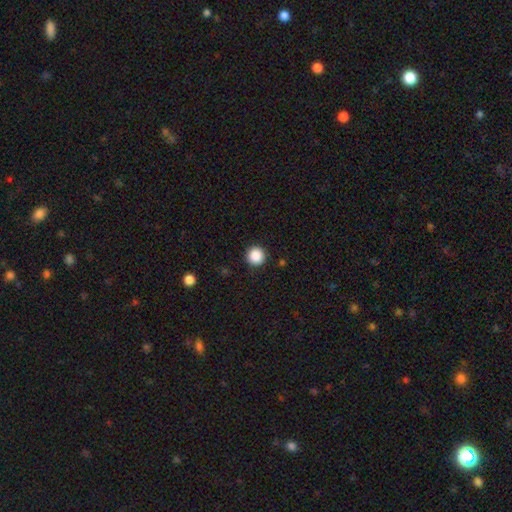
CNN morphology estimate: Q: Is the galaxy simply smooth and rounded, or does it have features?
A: smooth — 88%.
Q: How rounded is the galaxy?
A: round — 96%.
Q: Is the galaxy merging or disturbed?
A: none — 92%.